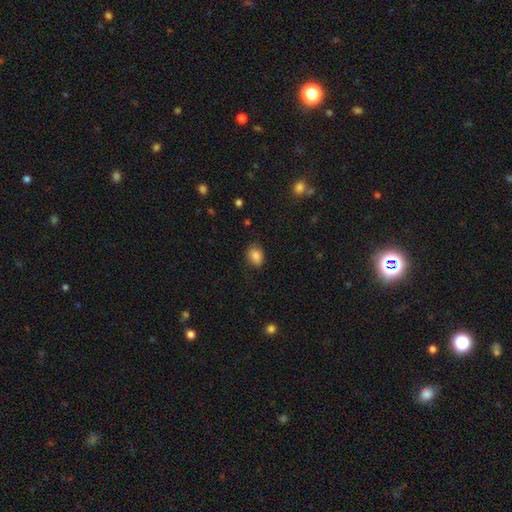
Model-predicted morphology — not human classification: This appears to be a smooth galaxy with no disk features (85%) that is in between round and cigar-shaped (66%). Merging: none (78%).